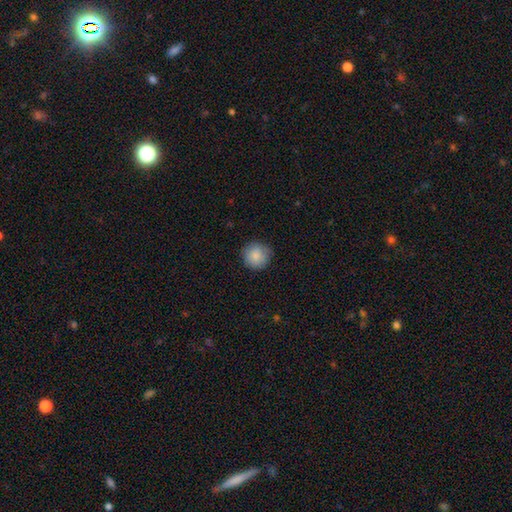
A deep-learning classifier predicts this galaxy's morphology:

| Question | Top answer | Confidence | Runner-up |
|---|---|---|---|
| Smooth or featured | smooth | 87% | star or artifact (7%) |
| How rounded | round | 95% | in between (4%) |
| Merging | none | 87% | minor disturbance (10%) |